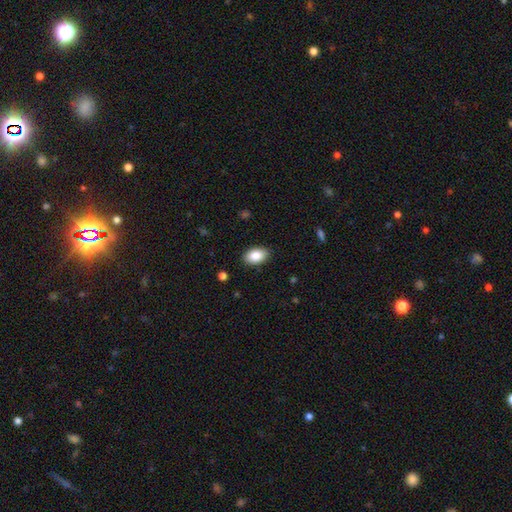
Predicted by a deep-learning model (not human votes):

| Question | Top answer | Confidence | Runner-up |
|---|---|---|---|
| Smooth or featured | smooth | 88% | star or artifact (7%) |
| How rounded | in between | 91% | round (8%) |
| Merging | none | 88% | minor disturbance (9%) |